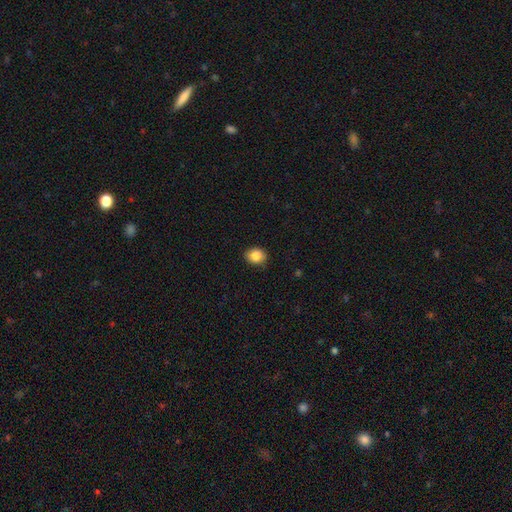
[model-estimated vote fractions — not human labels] The model was most divided on "how rounded": round: 55%, in between: 44%, cigar-shaped: 1%. More confident: smooth or featured — smooth (86%); merging — none (85%).